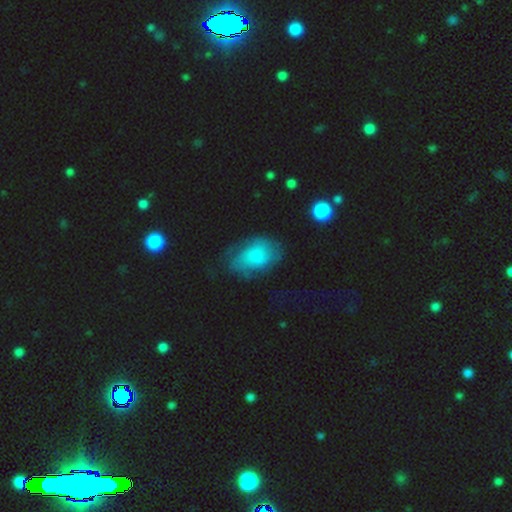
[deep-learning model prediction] A featured or disk galaxy (46%).

Vote fractions:
- Smooth or featured? featured or disk: 46% / smooth: 45% / star or artifact: 9%
- Merging? none: 52% / minor disturbance: 26% / major disturbance: 20% / merger: 2%